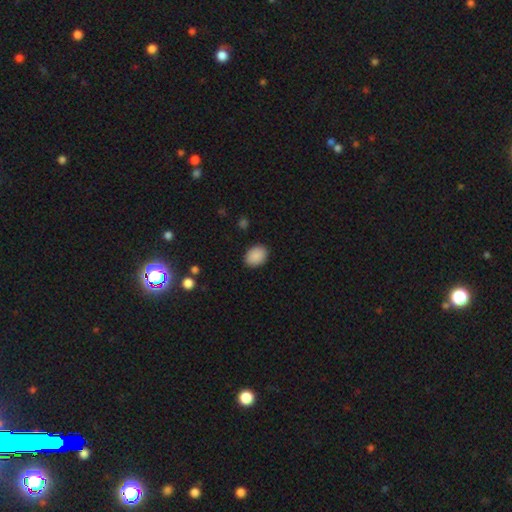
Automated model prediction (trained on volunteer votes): Overall: smooth (89%). How rounded: in between (67%; round 32%). Merging: none (89%).